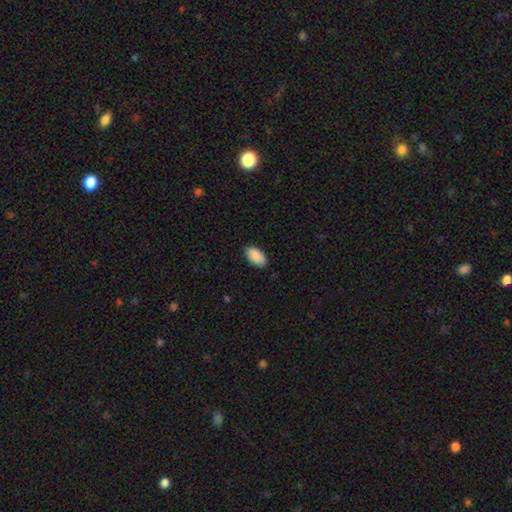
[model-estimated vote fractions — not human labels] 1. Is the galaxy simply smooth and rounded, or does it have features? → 91% smooth, 6% star or artifact, 3% featured or disk.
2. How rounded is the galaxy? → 95% in between, 3% round, 2% cigar-shaped.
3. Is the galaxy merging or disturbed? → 87% none, 10% minor disturbance, 2% major disturbance, 1% merger.